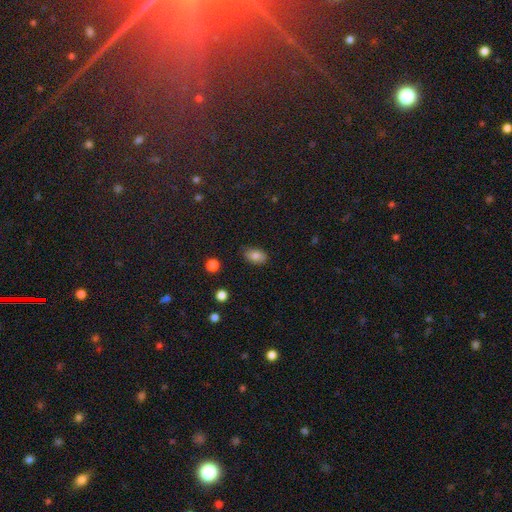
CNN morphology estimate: Smooth or featured: smooth — 80% (featured or disk — 10%)
How rounded: in between — 89% (round — 10%)
Merging: none — 82% (minor disturbance — 14%)